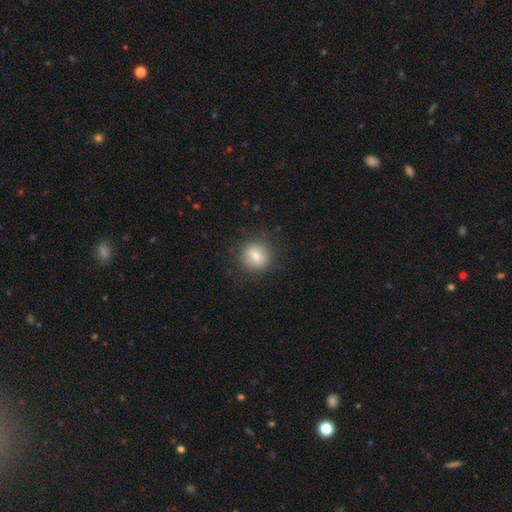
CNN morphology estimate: This is likely a smooth galaxy (76%). How rounded: clearly round (90%). Merging: clearly none (86%).